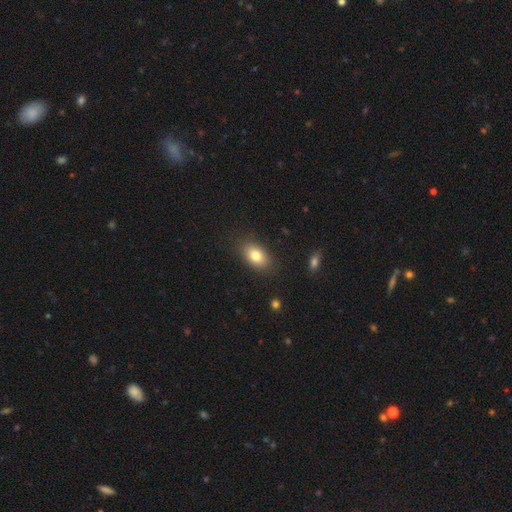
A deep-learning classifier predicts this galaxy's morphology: type=smooth (81%); roundness=in between (88%); merging=none (85%).